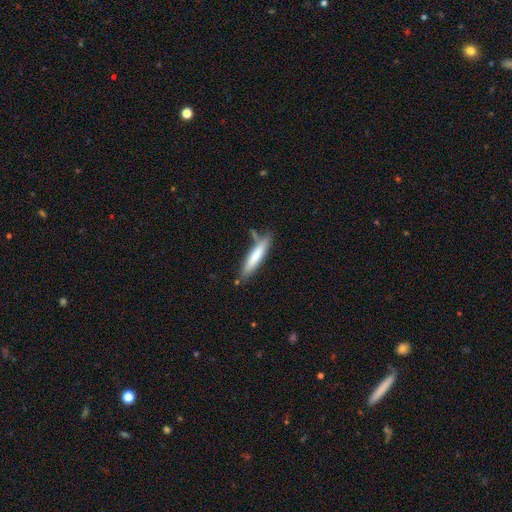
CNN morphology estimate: This is likely a smooth galaxy (70%). How rounded: clearly cigar-shaped (85%). Merging: likely none (70%).